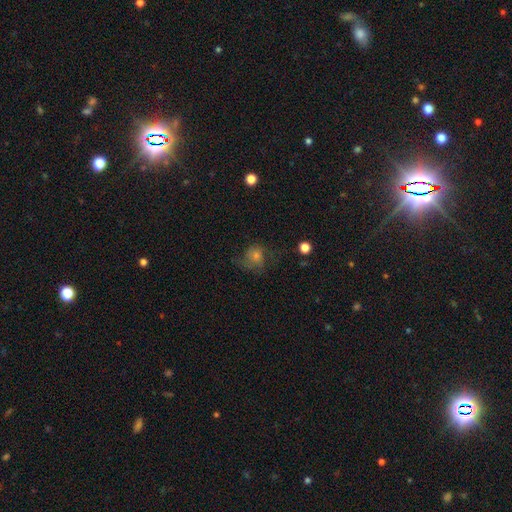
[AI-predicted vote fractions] This is possibly a smooth galaxy (51%). How rounded: likely round (73%). Merging: possibly none (51%).